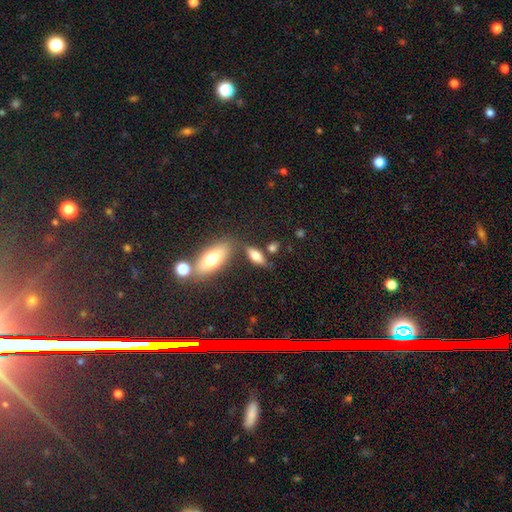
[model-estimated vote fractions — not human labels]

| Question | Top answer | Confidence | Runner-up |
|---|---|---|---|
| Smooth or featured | smooth | 69% | featured or disk (22%) |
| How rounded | in between | 70% | cigar-shaped (26%) |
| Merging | none | 63% | merger (17%) |